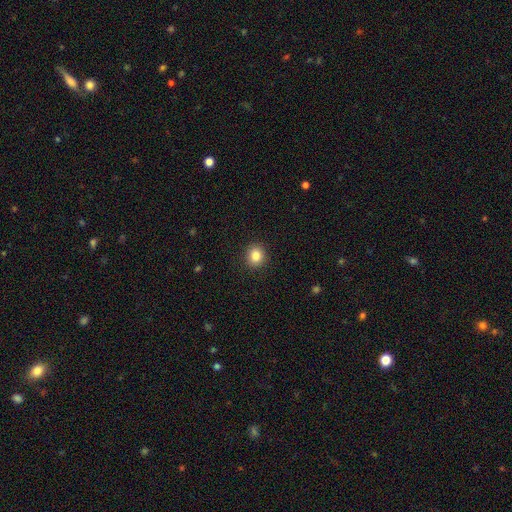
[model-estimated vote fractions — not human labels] Smooth or featured? smooth (84%)
How rounded? round (81%)
Merging? none (91%)